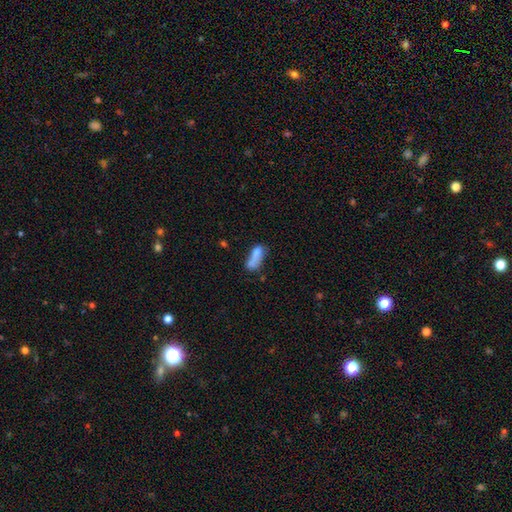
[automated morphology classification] This is likely a smooth galaxy (74%). How rounded: likely in between (63%). Merging: marginally merger (33%, tied with none).